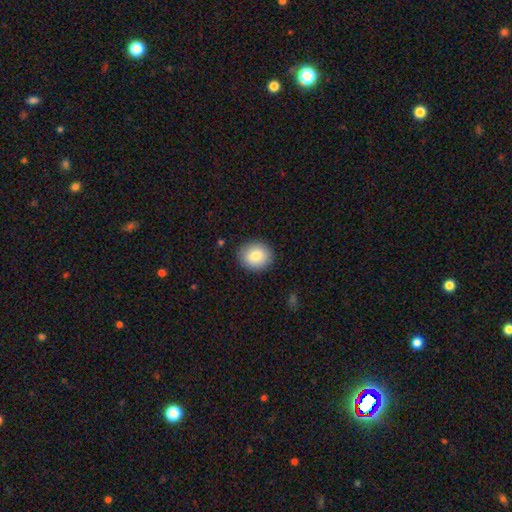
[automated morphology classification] This appears to be a smooth galaxy with no disk features (82%) that is round (71%). Merging: none (88%).